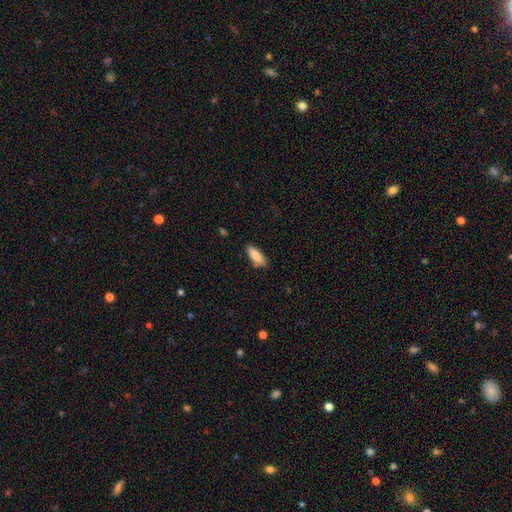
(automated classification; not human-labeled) Smooth or featured?
  - smooth: 87% *
  - featured or disk: 7%
  - star or artifact: 6%
How rounded?
  - in between: 64% *
  - cigar-shaped: 34%
  - round: 2%
Merging?
  - none: 81% *
  - minor disturbance: 15%
  - major disturbance: 3%
  - merger: 2%